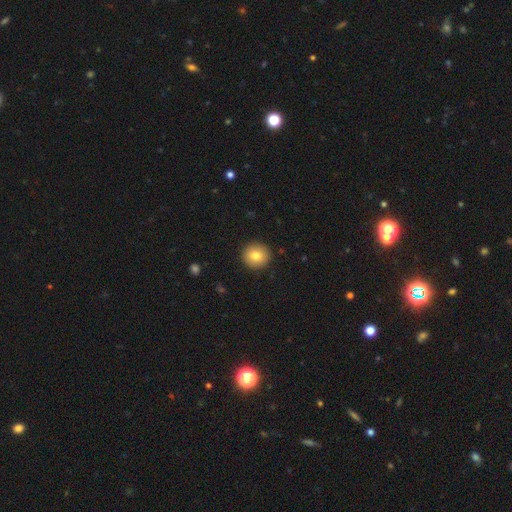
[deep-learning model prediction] smooth_or_featured: smooth (p=0.81) [alt: featured or disk p=0.10]
how_rounded: round (p=0.94) [alt: in between p=0.05]
merging: none (p=0.92) [alt: minor disturbance p=0.05]